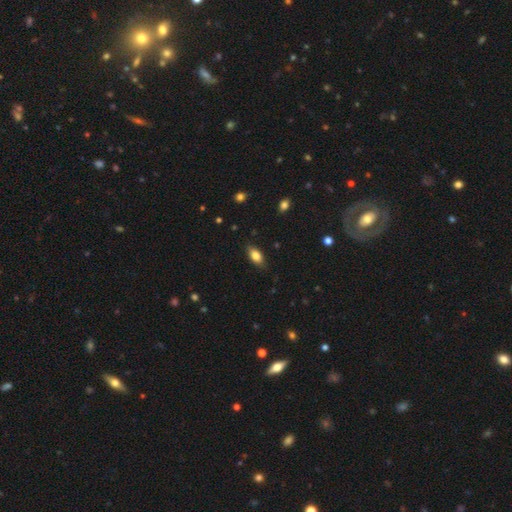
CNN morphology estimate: type=smooth (81%); roundness=in between (88%); merging=none (84%).